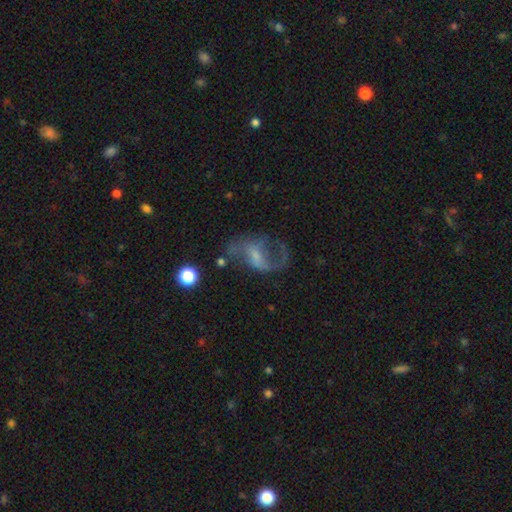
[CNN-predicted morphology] The model was most divided on "bar": weak: 47%, no: 32%, strong: 21%. More confident: edge-on disk — no (97%); spiral arms — yes (87%); spiral arm count — 2 (78%); smooth or featured — featured or disk (77%); spiral winding — loose (57%); bulge size — small (55%); merging — none (54%).